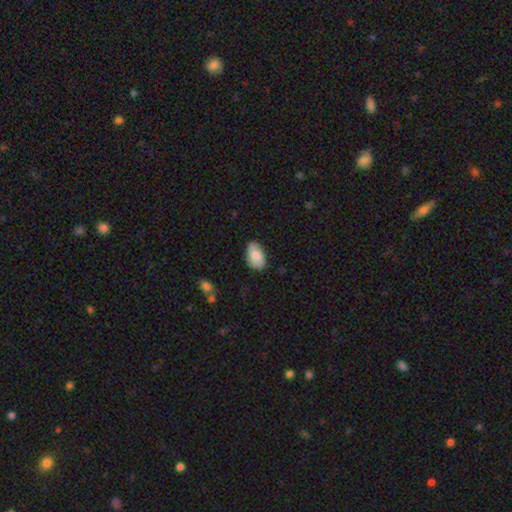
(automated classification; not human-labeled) Overall: smooth (61%; featured or disk 32%). How rounded: in between (91%). Merging: none (71%).